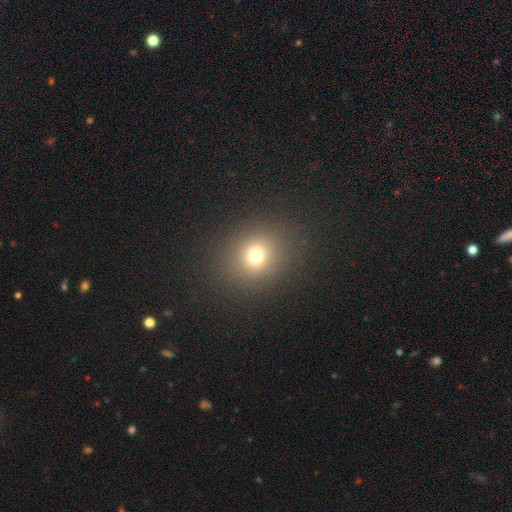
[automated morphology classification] This is likely a smooth galaxy (71%). How rounded: clearly round (80%). Merging: clearly none (87%).